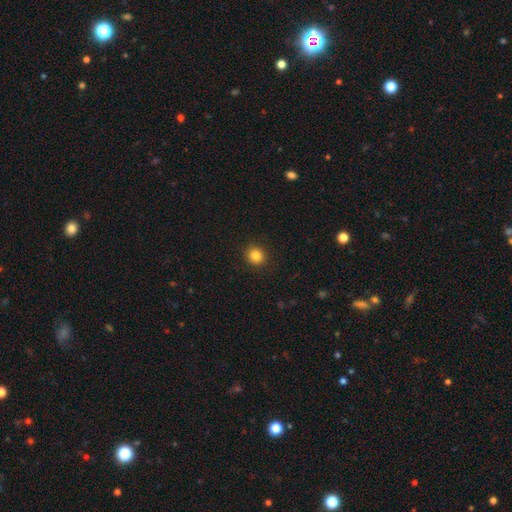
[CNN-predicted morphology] Overall: smooth (83%). How rounded: round (88%). Merging: none (92%).